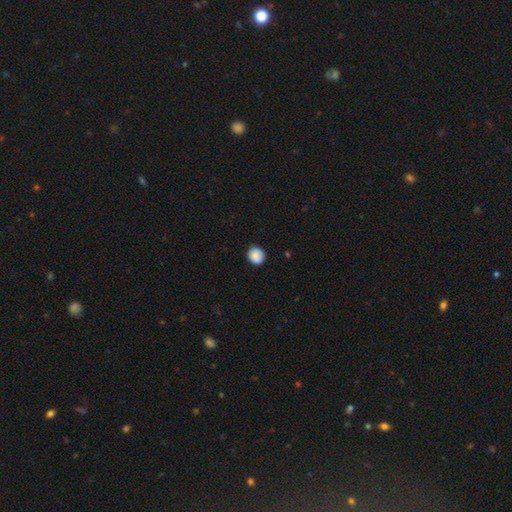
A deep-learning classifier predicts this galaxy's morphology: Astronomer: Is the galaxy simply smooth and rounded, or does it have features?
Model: smooth — 88%.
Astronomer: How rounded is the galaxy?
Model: round — 82%.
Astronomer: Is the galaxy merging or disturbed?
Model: none — 85%.